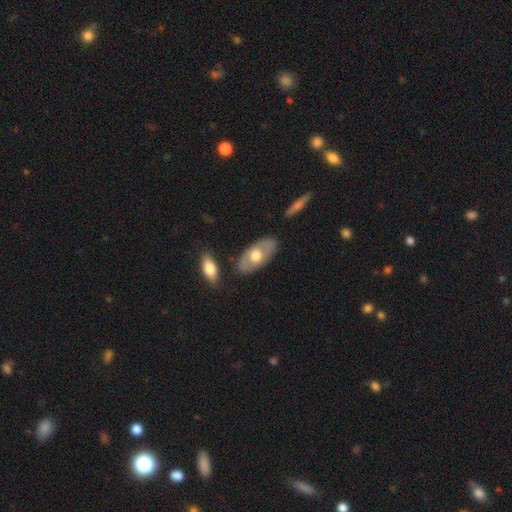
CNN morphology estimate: The model was most divided on "smooth or featured": featured or disk: 49%, smooth: 46%, star or artifact: 5%. More confident: merging — none (80%).